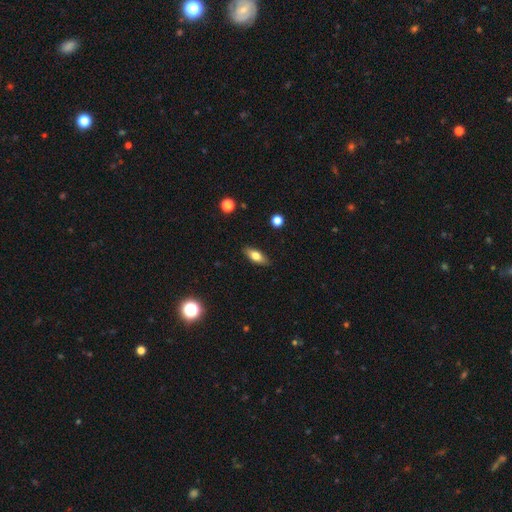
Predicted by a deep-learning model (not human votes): smooth 69%, featured or disk 24%, star or artifact 7%. Down the decision tree: how rounded — in between (72%); merging — none (87%).